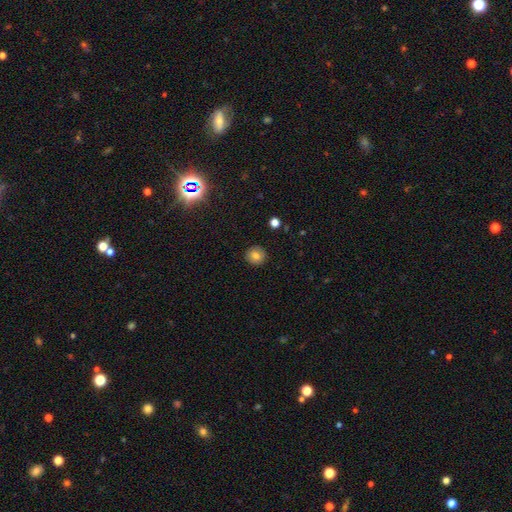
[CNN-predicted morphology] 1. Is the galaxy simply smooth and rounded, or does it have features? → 78% smooth, 12% featured or disk, 10% star or artifact.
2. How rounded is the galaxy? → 92% round, 7% in between, 1% cigar-shaped.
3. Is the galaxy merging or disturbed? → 90% none, 7% minor disturbance, 2% major disturbance, 1% merger.